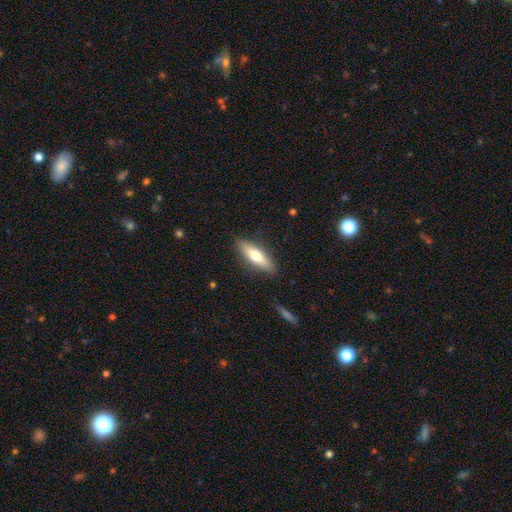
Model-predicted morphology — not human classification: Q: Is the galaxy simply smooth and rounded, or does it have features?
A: smooth — 65%.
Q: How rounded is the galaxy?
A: in between — 49%, tied with cigar-shaped.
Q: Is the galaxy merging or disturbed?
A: none — 87%.